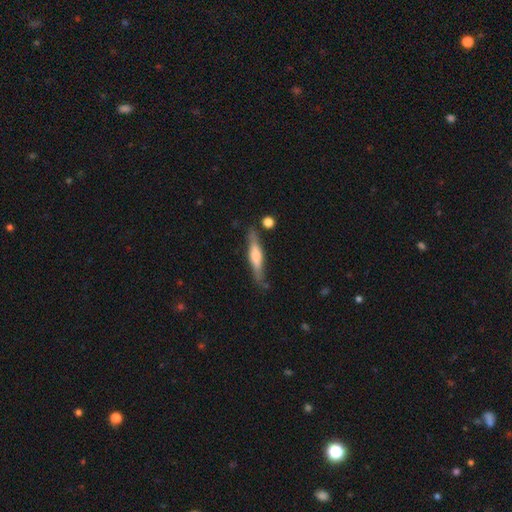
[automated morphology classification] Smooth or featured: featured or disk — 54% (smooth — 40%)
Edge-on disk: yes — 92% (no — 8%)
Merging: none — 76% (minor disturbance — 15%)